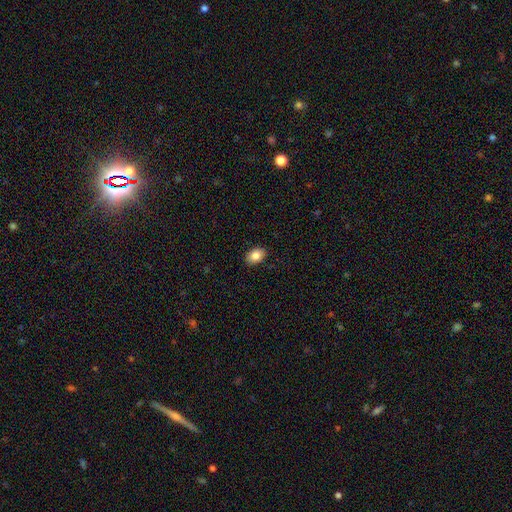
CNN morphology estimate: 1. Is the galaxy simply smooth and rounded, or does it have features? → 85% smooth, 8% star or artifact, 7% featured or disk.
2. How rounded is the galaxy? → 80% in between, 19% round, 1% cigar-shaped.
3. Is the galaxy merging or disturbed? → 89% none, 8% minor disturbance, 2% major disturbance, 1% merger.